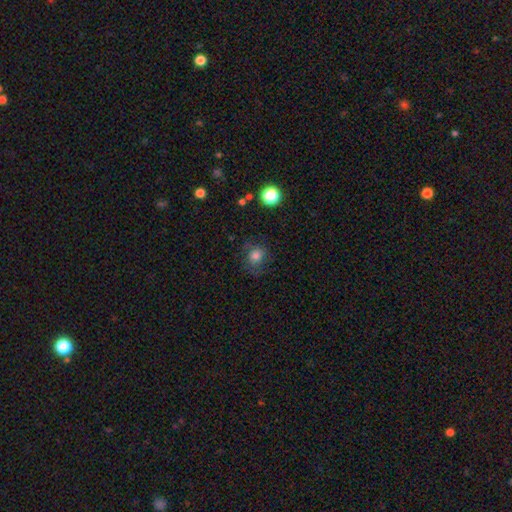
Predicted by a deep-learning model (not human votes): Smooth or featured?
  - smooth: 77% *
  - star or artifact: 12%
  - featured or disk: 11%
How rounded?
  - round: 78% *
  - in between: 22%
  - cigar-shaped: 1%
Merging?
  - none: 70% *
  - minor disturbance: 19%
  - major disturbance: 9%
  - merger: 2%